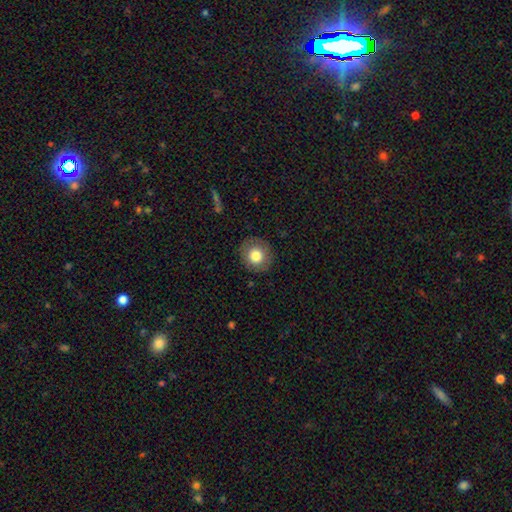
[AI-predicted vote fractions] Overall: smooth (79%). How rounded: round (91%). Merging: none (89%).